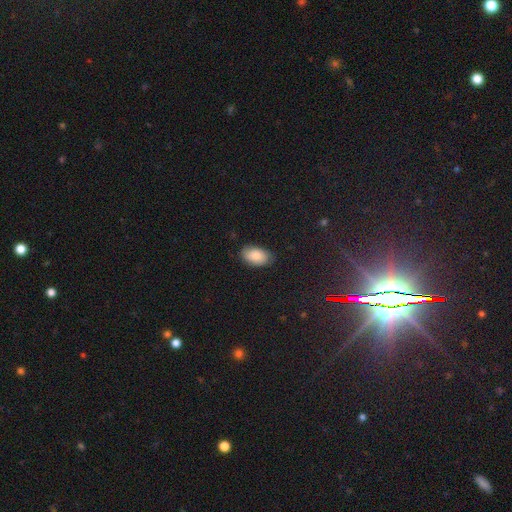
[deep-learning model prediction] Smooth or featured: smooth — 82% (featured or disk — 10%)
How rounded: in between — 93% (round — 6%)
Merging: none — 81% (minor disturbance — 15%)